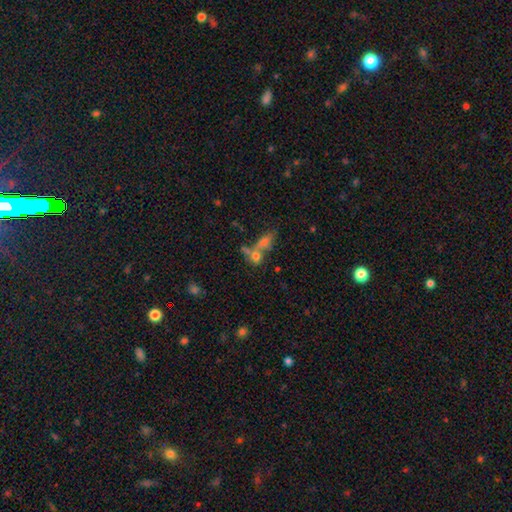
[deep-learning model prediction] smooth_or_featured: smooth (p=0.69) [alt: featured or disk p=0.17]
how_rounded: in between (p=0.49) [alt: round p=0.44]
merging: merger (p=0.52) [alt: none p=0.30]